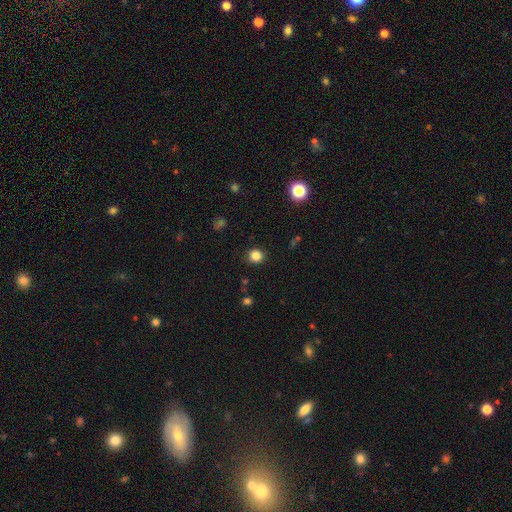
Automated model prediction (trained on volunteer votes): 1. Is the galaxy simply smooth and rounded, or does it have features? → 83% smooth, 12% star or artifact, 4% featured or disk.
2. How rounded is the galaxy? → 88% round, 11% in between, 1% cigar-shaped.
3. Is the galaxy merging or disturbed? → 90% none, 6% minor disturbance, 2% major disturbance, 1% merger.